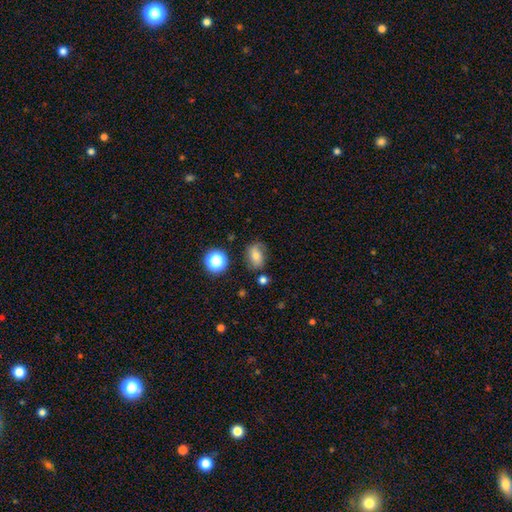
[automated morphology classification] This appears to be a smooth galaxy with no disk features (64%) that is in between round and cigar-shaped (72%). Merging: none (65%).